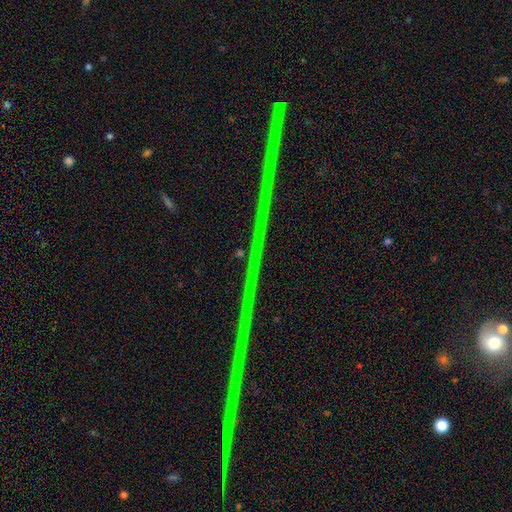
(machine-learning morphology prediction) type=star or artifact (87%).